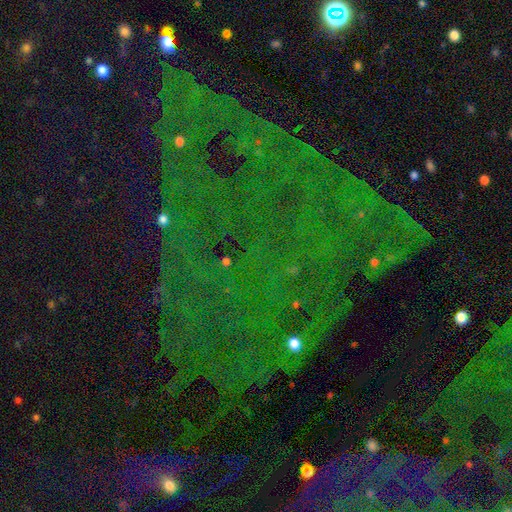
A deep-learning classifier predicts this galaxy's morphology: Smooth or featured? Predicted: star or artifact (p=0.79).